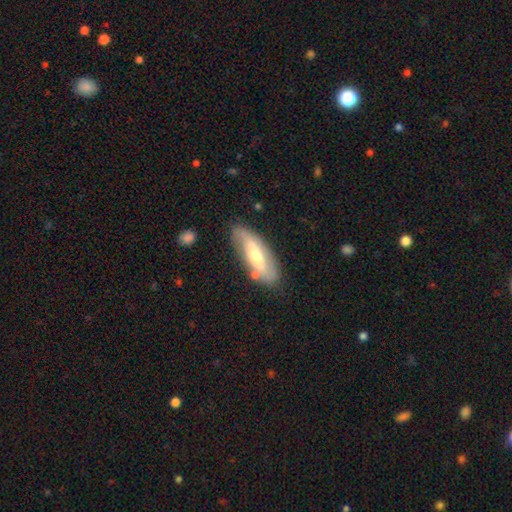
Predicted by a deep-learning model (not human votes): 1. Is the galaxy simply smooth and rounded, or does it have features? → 59% featured or disk, 35% smooth, 6% star or artifact.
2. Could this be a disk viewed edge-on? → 73% no, 27% yes.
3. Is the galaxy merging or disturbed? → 76% none, 17% minor disturbance, 4% major disturbance, 3% merger.